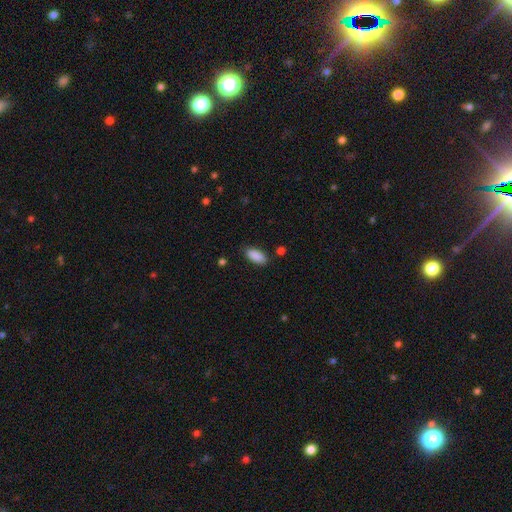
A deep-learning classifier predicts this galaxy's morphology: Smooth or featured: smooth — 90% (star or artifact — 7%)
How rounded: in between — 88% (cigar-shaped — 10%)
Merging: none — 84% (minor disturbance — 11%)